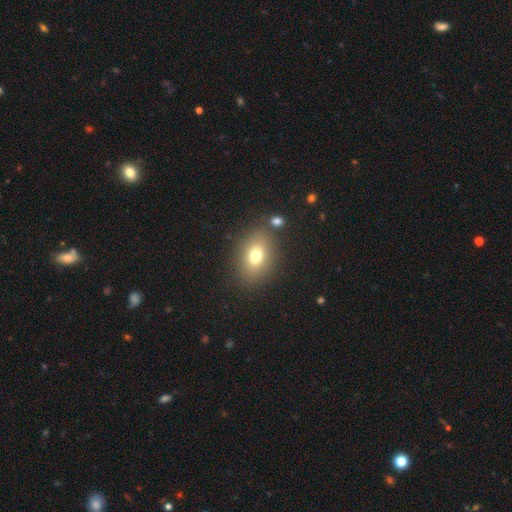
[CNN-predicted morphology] smooth_or_featured: smooth (p=0.73) [alt: featured or disk p=0.14]
how_rounded: in between (p=0.71) [alt: round p=0.27]
merging: none (p=0.80) [alt: minor disturbance p=0.10]